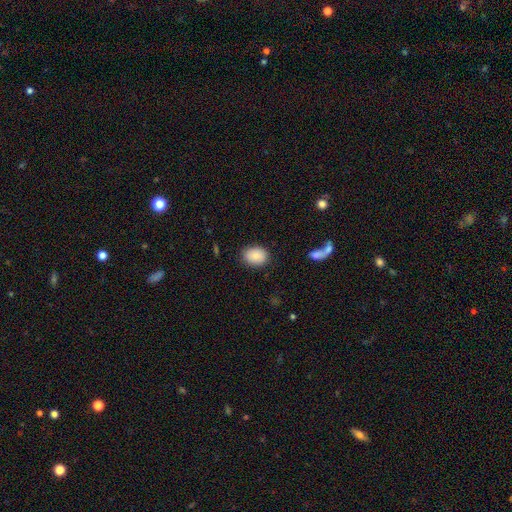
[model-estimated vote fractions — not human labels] A smooth galaxy with no disk features (87%) that is in between round and cigar-shaped (69%).

Vote fractions:
- Smooth or featured? smooth: 87% / star or artifact: 7% / featured or disk: 6%
- How rounded? in between: 69% / round: 30% / cigar-shaped: 1%
- Merging? none: 86% / minor disturbance: 10% / major disturbance: 3% / merger: 1%